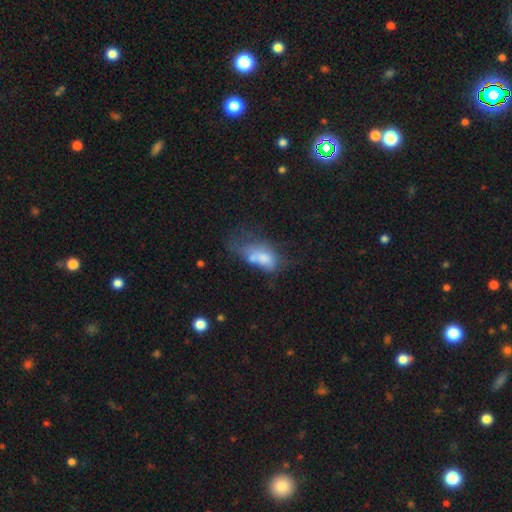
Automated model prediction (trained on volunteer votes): Overall: smooth (55%; featured or disk 29%). How rounded: in between (83%). Merging: major disturbance (33%; merger 23%).